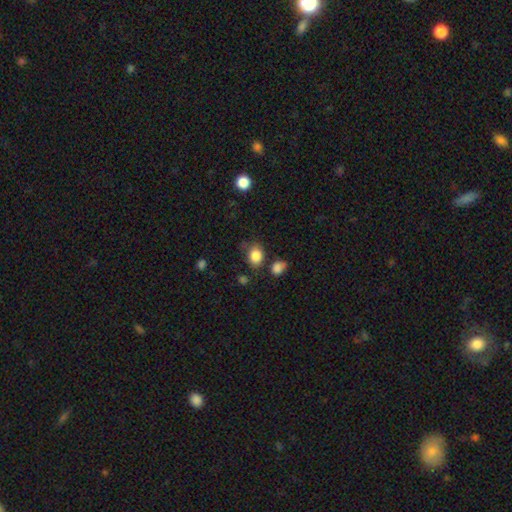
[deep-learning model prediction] smooth-or-featured: smooth: 84% | star or artifact: 10% | featured or disk: 6%
  how-rounded: in between: 52% | round: 47% | cigar-shaped: 1%
  merging: none: 67% | minor disturbance: 20% | merger: 7% | major disturbance: 6%